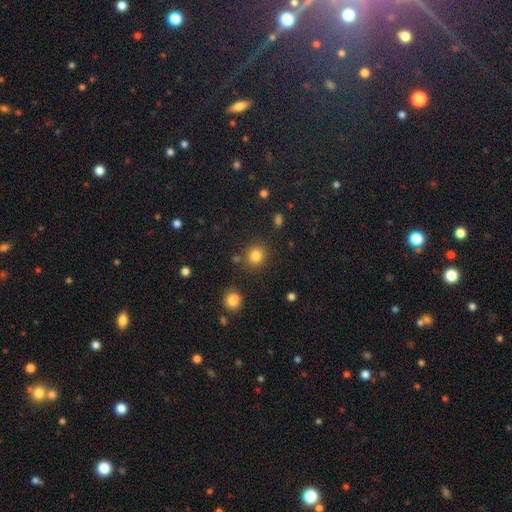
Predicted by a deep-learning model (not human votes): Overall: smooth (83%). How rounded: round (86%). Merging: none (83%).